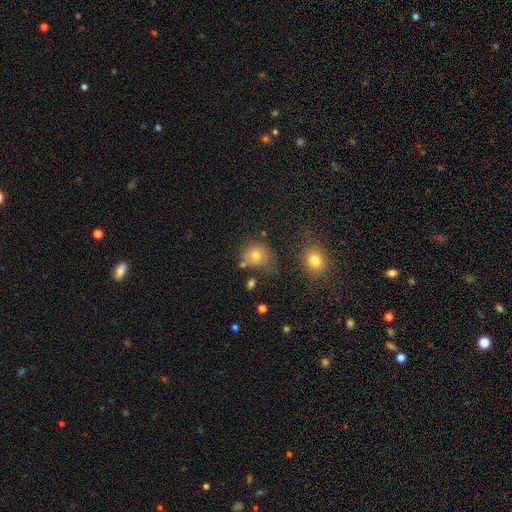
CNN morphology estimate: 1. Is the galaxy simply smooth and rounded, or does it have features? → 73% smooth, 14% star or artifact, 13% featured or disk.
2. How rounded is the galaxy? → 79% round, 20% in between, 1% cigar-shaped.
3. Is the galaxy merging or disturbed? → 60% none, 21% minor disturbance, 9% major disturbance, 9% merger.